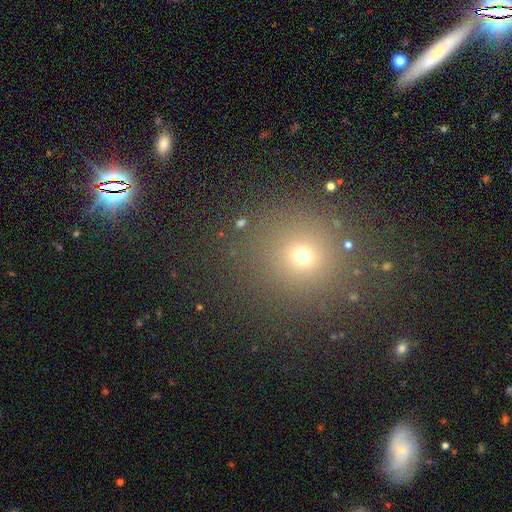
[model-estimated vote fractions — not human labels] This appears to be a smooth galaxy with no disk features (56%) that is round (90%). Merging: none (87%).